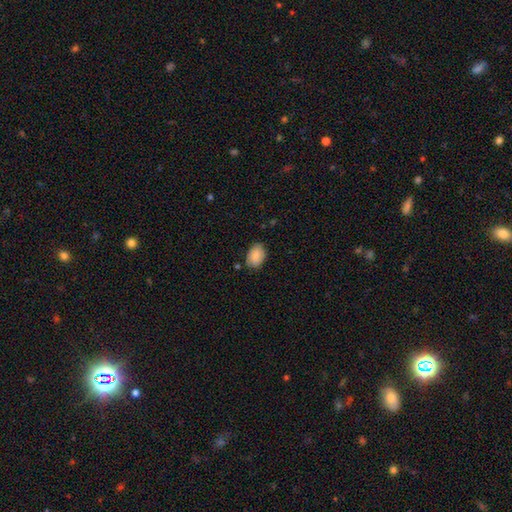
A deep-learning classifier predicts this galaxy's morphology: Smooth or featured? smooth (86%)
How rounded? in between (83%)
Merging? none (81%)